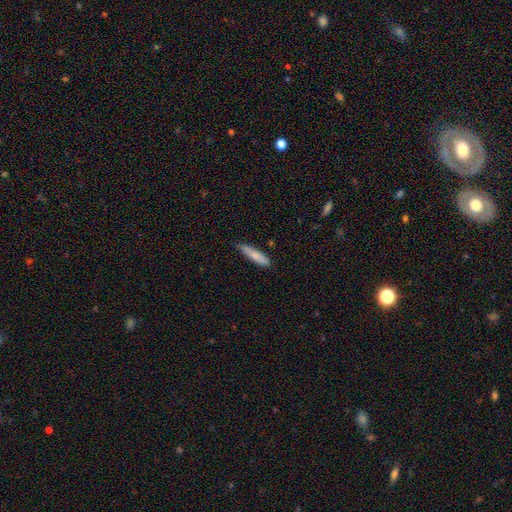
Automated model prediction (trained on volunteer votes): Smooth or featured?
  - smooth: 77% *
  - featured or disk: 17%
  - star or artifact: 6%
How rounded?
  - cigar-shaped: 85% *
  - in between: 13%
  - round: 1%
Merging?
  - none: 77% *
  - minor disturbance: 19%
  - major disturbance: 3%
  - merger: 2%